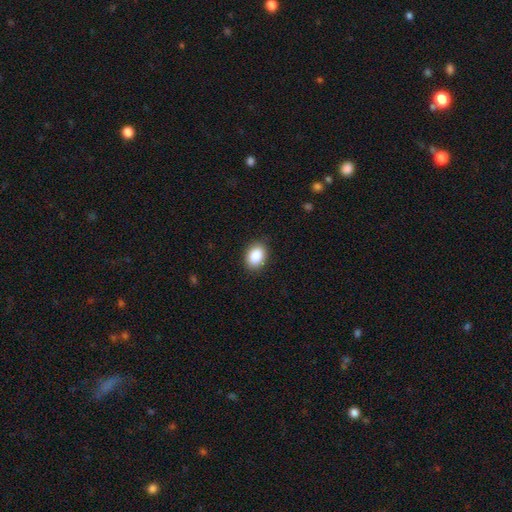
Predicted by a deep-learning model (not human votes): This appears to be a smooth galaxy with no disk features (89%) that is in between round and cigar-shaped (74%). Merging: none (88%).